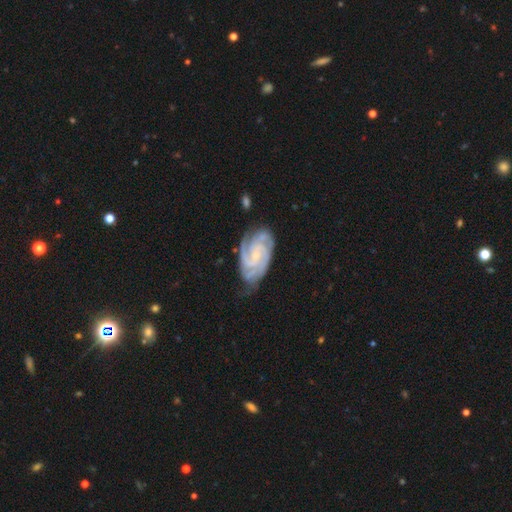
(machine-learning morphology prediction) smooth_or_featured: featured or disk (p=0.91) [alt: smooth p=0.05]
disk_edge_on: no (p=0.98) [alt: yes p=0.02]
bar: no (p=0.59) [alt: weak p=0.32]
has_spiral_arms: yes (p=0.99) [alt: no p=0.01]
spiral_winding: tight (p=0.70) [alt: medium p=0.27]
spiral_arm_count: 3 (p=0.41) [alt: 2 p=0.19]
bulge_size: small (p=0.71) [alt: moderate p=0.17]
merging: none (p=0.72) [alt: minor disturbance p=0.20]